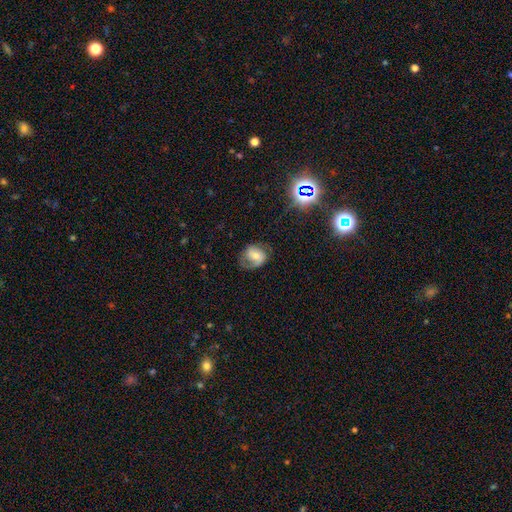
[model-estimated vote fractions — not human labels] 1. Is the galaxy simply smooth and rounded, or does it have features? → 60% featured or disk, 30% smooth, 10% star or artifact.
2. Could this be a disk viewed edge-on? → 97% no, 3% yes.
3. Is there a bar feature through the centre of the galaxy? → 41% weak, 36% no, 23% strong.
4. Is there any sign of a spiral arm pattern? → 87% yes, 13% no.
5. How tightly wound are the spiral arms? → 46% medium, 29% tight, 25% loose.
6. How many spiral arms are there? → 72% 2, 15% 1, 10% can't tell, 1% 3, 1% 4, 1% more than 4.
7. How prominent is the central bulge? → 47% moderate, 41% small, 7% large, 5% none, 2% dominant.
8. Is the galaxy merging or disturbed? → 62% none, 22% minor disturbance, 14% major disturbance, 1% merger.